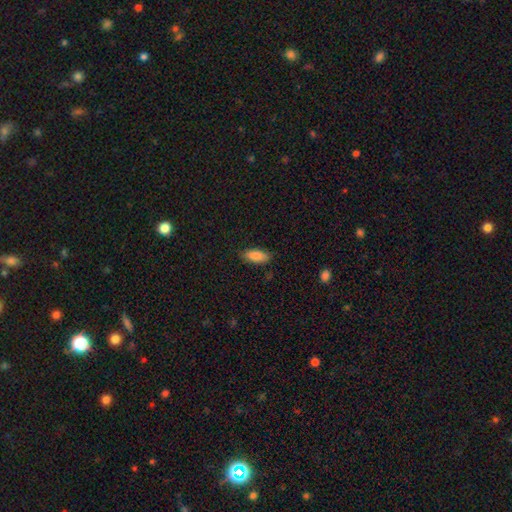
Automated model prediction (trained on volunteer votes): smooth-or-featured: smooth: 84% | featured or disk: 9% | star or artifact: 7%
  how-rounded: in between: 82% | cigar-shaped: 16% | round: 2%
  merging: none: 83% | minor disturbance: 13% | major disturbance: 2% | merger: 1%